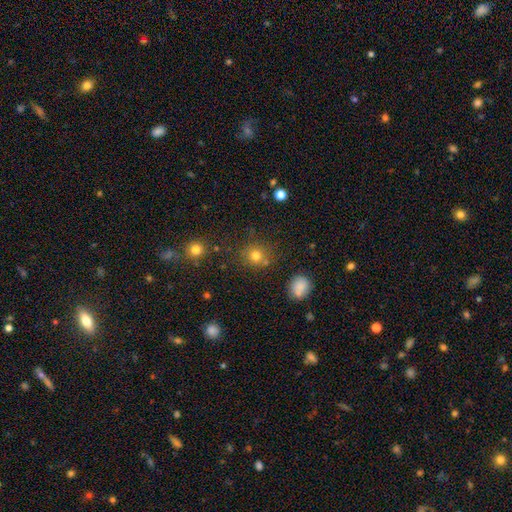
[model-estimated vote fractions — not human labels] This is likely a smooth galaxy (76%). How rounded: clearly round (87%). Merging: likely none (78%).